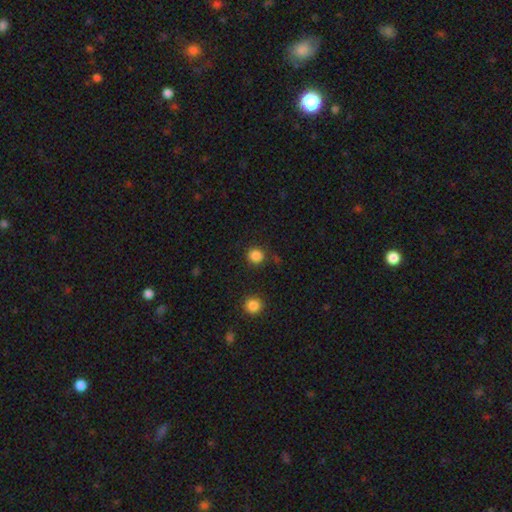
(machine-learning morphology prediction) smooth_or_featured: smooth (p=0.85) [alt: star or artifact p=0.12]
how_rounded: round (p=0.91) [alt: in between p=0.08]
merging: none (p=0.86) [alt: minor disturbance p=0.08]